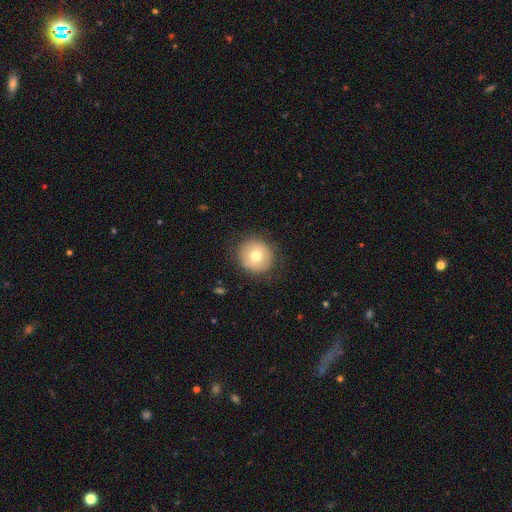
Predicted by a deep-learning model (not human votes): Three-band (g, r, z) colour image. It shows a smooth galaxy with no disk features (72%) that is round (92%). Merging: none (86%).